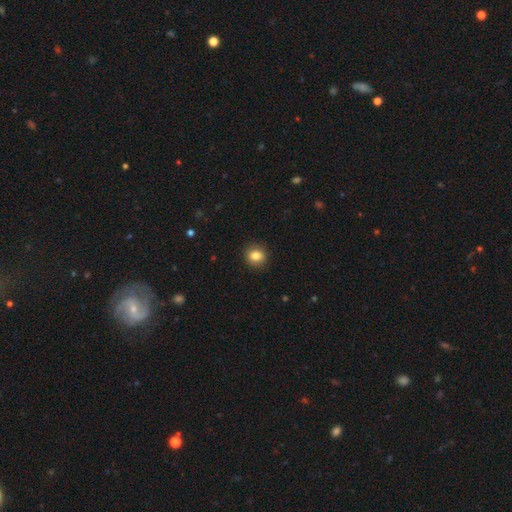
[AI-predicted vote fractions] Smooth or featured: smooth — 83% (star or artifact — 9%)
How rounded: round — 80% (in between — 19%)
Merging: none — 90% (minor disturbance — 7%)